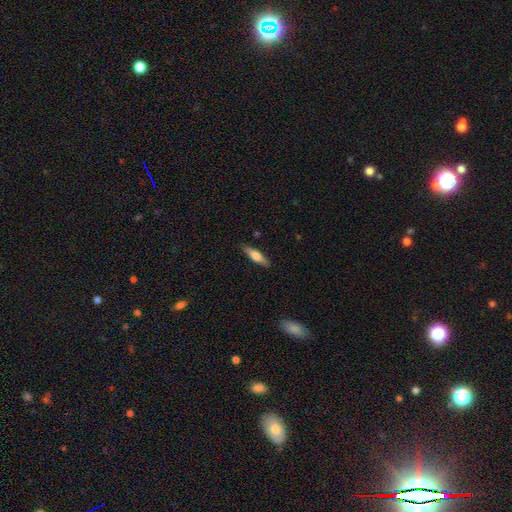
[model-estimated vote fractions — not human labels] This is likely a smooth galaxy (61%). How rounded: likely cigar-shaped (66%). Merging: clearly none (87%).